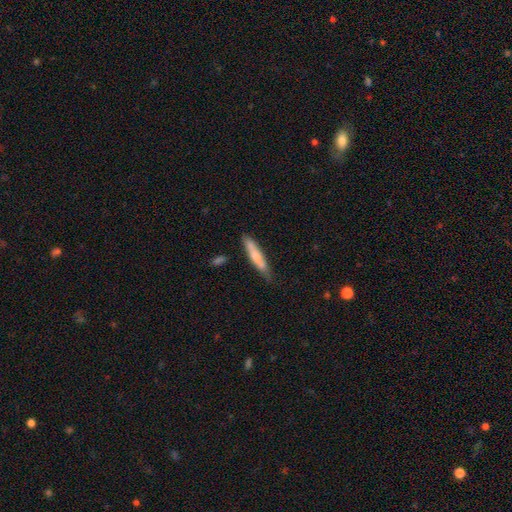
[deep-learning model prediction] Smooth or featured? Predicted: smooth (p=0.67). How rounded? Predicted: cigar-shaped (p=0.88). Merging? Predicted: none (p=0.69).